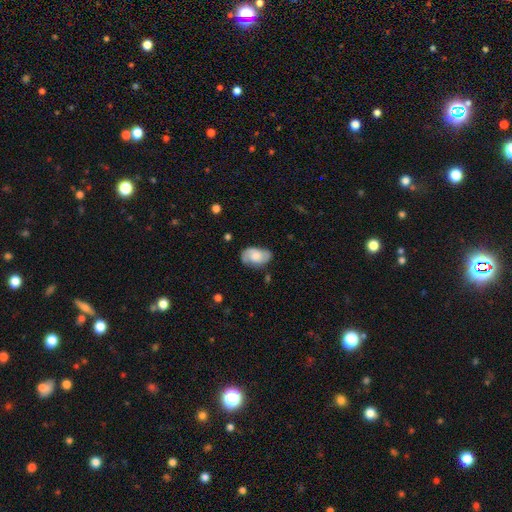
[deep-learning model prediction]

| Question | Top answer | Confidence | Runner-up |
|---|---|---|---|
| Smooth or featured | featured or disk | 47% | smooth (46%) |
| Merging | none | 71% | minor disturbance (22%) |